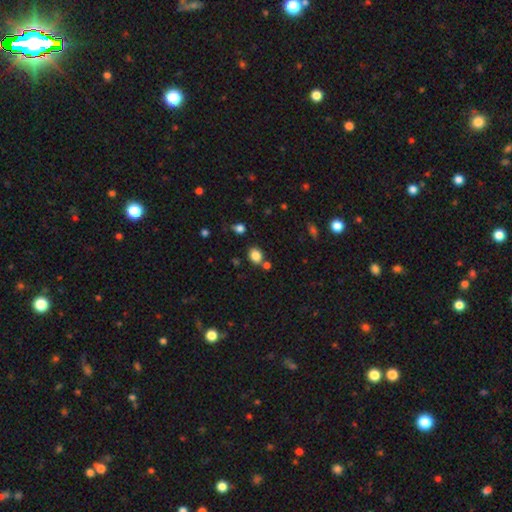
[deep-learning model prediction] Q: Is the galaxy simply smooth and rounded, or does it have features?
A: smooth — 83%.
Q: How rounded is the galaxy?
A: in between — 55%.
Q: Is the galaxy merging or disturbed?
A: none — 73%.